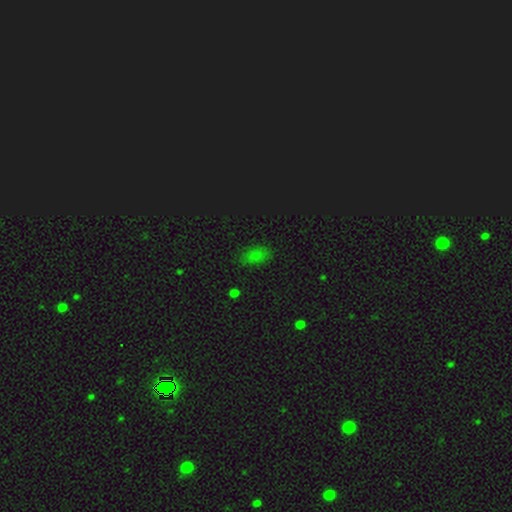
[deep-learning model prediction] Overall: smooth (72%). How rounded: in between (88%). Merging: none (77%).